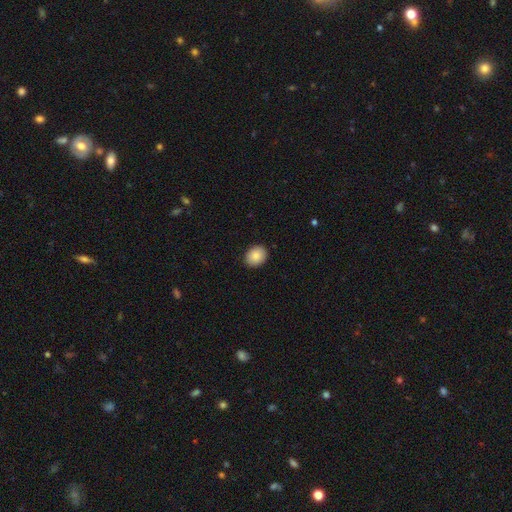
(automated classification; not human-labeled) This is clearly a smooth galaxy (87%). How rounded: possibly in between (51%). Merging: clearly none (90%).